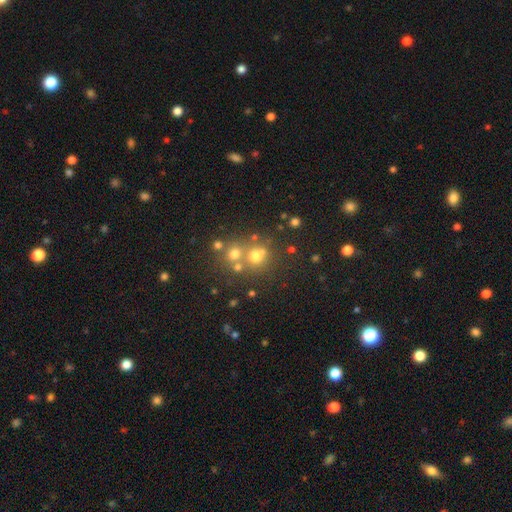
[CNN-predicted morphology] Smooth or featured?
  - smooth: 58% *
  - star or artifact: 25%
  - featured or disk: 17%
How rounded?
  - round: 83% *
  - in between: 15%
  - cigar-shaped: 1%
Merging?
  - none: 52% *
  - merger: 36%
  - minor disturbance: 8%
  - major disturbance: 4%